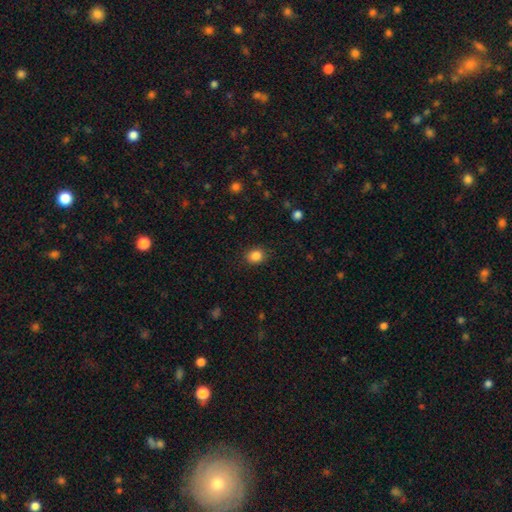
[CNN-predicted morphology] type=smooth (86%); roundness=round (64%); merging=none (87%).